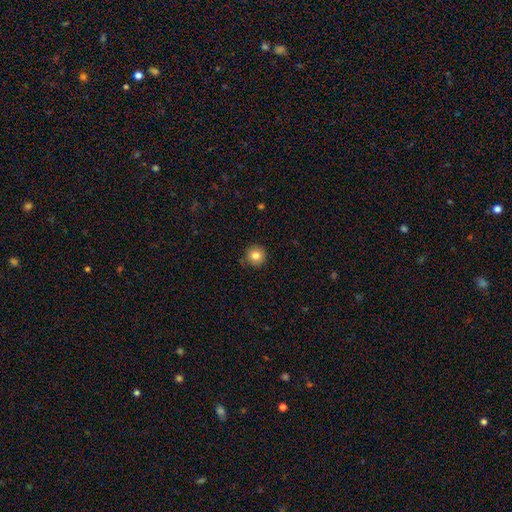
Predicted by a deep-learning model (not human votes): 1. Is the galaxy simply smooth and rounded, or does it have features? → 82% smooth, 10% star or artifact, 8% featured or disk.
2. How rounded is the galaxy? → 95% round, 4% in between, 1% cigar-shaped.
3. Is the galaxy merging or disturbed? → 89% none, 7% minor disturbance, 2% major disturbance, 1% merger.